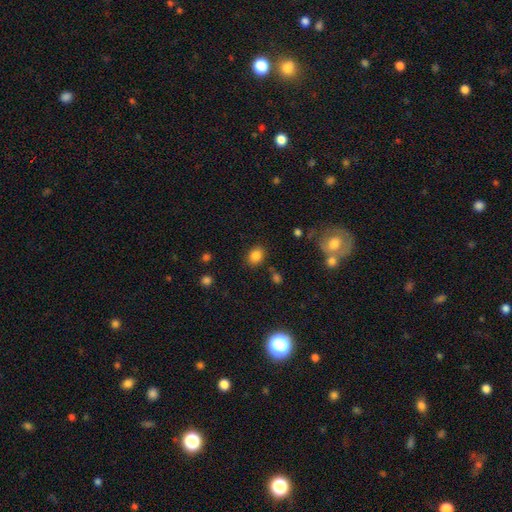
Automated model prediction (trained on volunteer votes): Smooth or featured? Predicted: smooth (p=0.84). How rounded? Predicted: in between (p=0.53). Merging? Predicted: none (p=0.82).